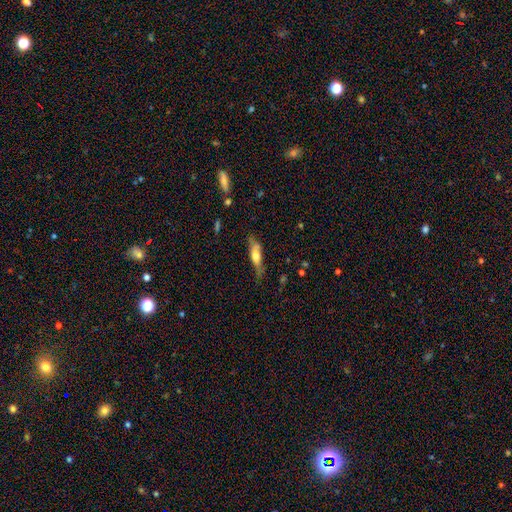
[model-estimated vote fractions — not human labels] The model was most divided on "smooth or featured": smooth: 51%, featured or disk: 42%, star or artifact: 7%. More confident: how rounded — cigar-shaped (64%); merging — none (60%).